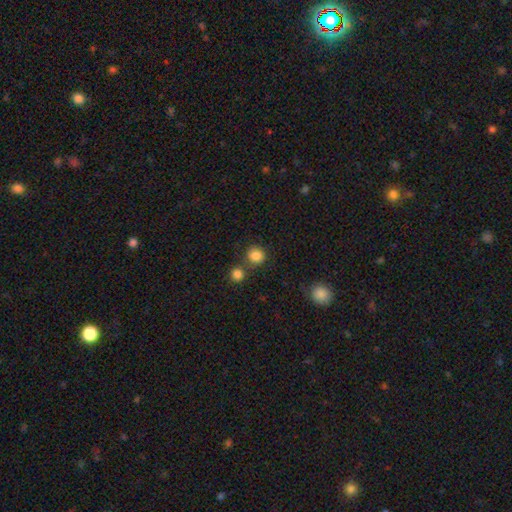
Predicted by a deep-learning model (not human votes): Smooth or featured?
  - smooth: 85% *
  - star or artifact: 11%
  - featured or disk: 4%
How rounded?
  - round: 89% *
  - in between: 10%
  - cigar-shaped: 1%
Merging?
  - none: 72% *
  - merger: 16%
  - minor disturbance: 9%
  - major disturbance: 3%